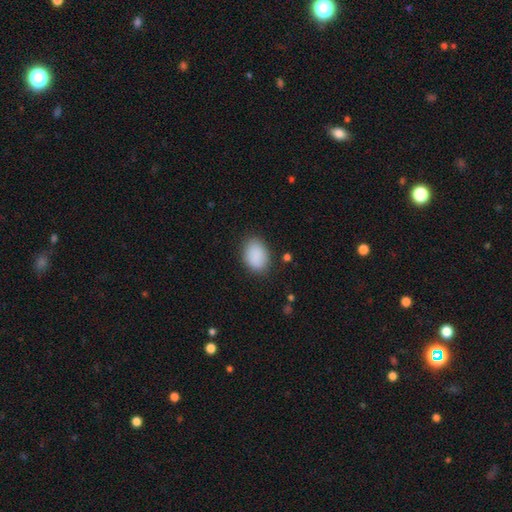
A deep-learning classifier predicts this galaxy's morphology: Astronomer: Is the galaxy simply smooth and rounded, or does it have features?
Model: smooth — 89%.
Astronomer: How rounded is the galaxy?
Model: in between — 80%.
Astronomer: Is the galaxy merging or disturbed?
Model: none — 84%.